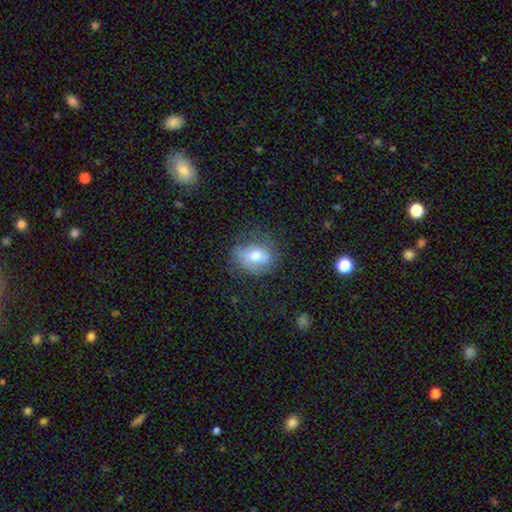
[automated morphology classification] Smooth or featured? Predicted: smooth (p=0.64). How rounded? Predicted: in between (p=0.59). Merging? Predicted: none (p=0.64).